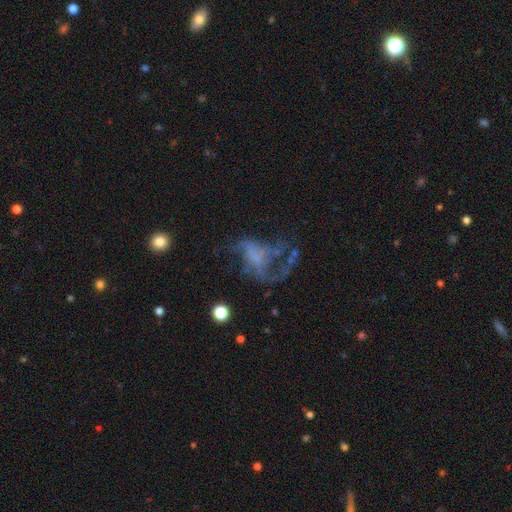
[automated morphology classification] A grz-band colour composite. It shows a featured or disk galaxy (61%) with no bar (75%), no spiral arms (53%) and no central bulge (70%). Merging: major disturbance (52%).